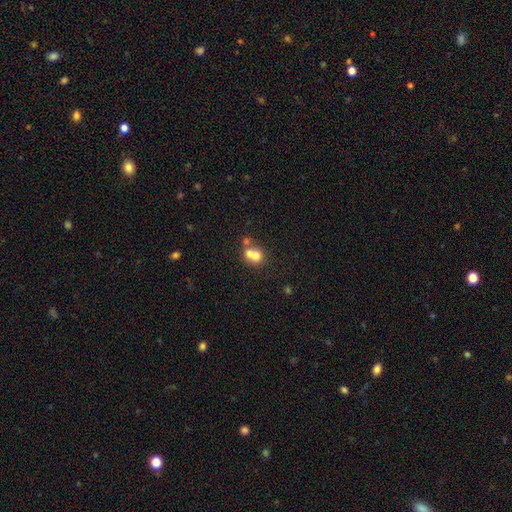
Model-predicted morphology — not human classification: Overall: smooth (66%). How rounded: round (80%). Merging: merger (62%; none 30%).